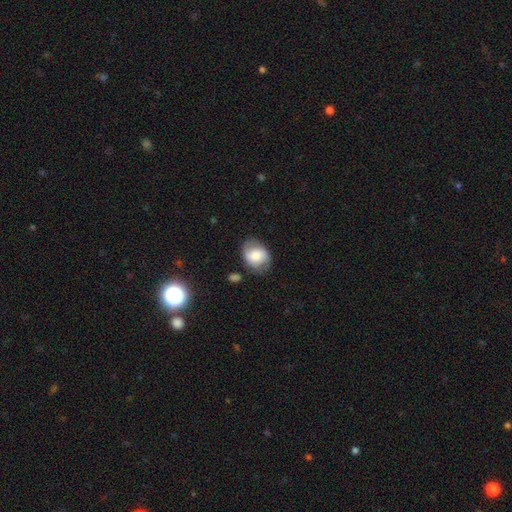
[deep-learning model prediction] Smooth or featured?
  - smooth: 50% *
  - featured or disk: 42%
  - star or artifact: 8%
How rounded?
  - in between: 58% *
  - round: 41%
  - cigar-shaped: 1%
Merging?
  - none: 71% *
  - minor disturbance: 20%
  - major disturbance: 7%
  - merger: 3%